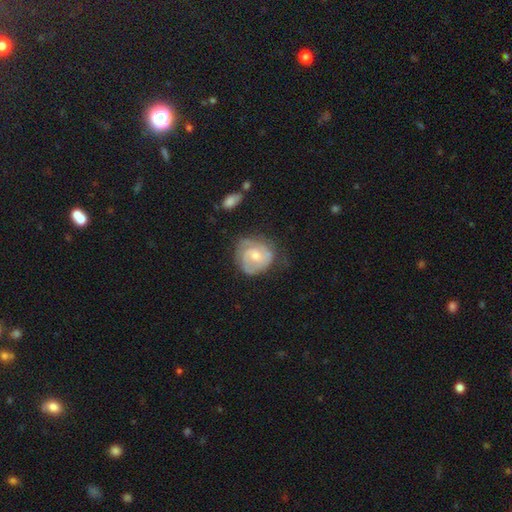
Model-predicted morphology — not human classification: featured or disk 66%, smooth 28%, star or artifact 6%. Down the decision tree: edge-on disk — no (97%); bar — no (67%); spiral arms — yes (85%); spiral arm count — 2 (44%); spiral winding — tight (55%); bulge size — moderate (47%, tied with small); merging — none (56%).